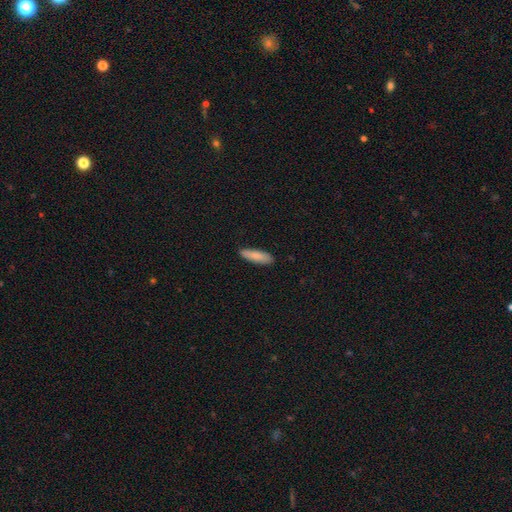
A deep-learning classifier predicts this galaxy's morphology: A smooth galaxy with no disk features (84%) that is cigar-shaped (62%). Merging: none (88%).